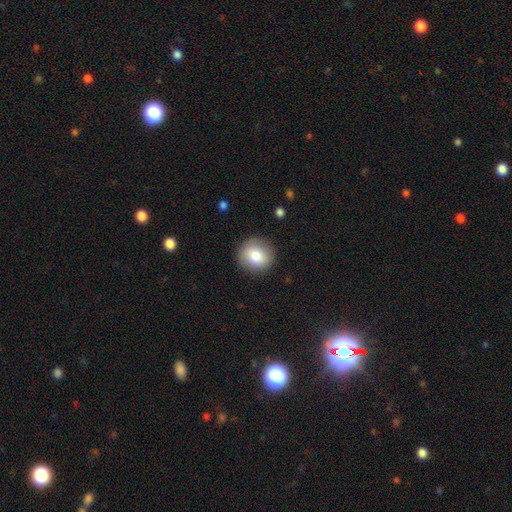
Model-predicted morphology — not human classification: Smooth or featured? smooth (81%)
How rounded? round (90%)
Merging? none (88%)